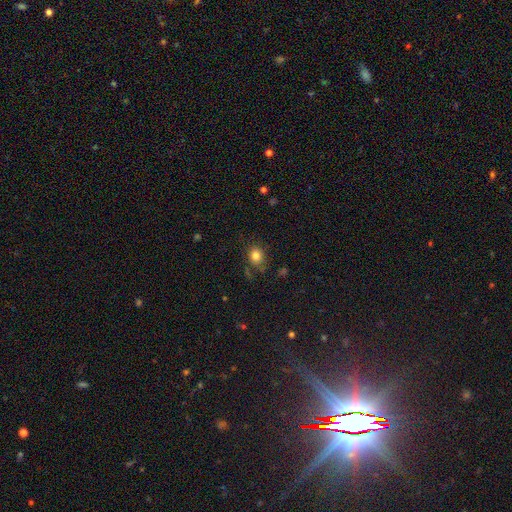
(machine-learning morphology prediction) smooth-or-featured: smooth: 82% | star or artifact: 12% | featured or disk: 6%
  how-rounded: round: 65% | in between: 34% | cigar-shaped: 1%
  merging: none: 77% | minor disturbance: 15% | major disturbance: 5% | merger: 3%